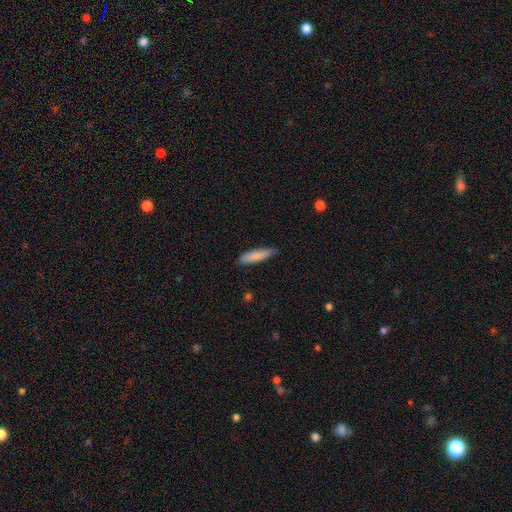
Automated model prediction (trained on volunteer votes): smooth-or-featured: smooth: 82% | featured or disk: 12% | star or artifact: 6%
  how-rounded: cigar-shaped: 76% | in between: 23% | round: 1%
  merging: none: 84% | minor disturbance: 13% | major disturbance: 2% | merger: 1%